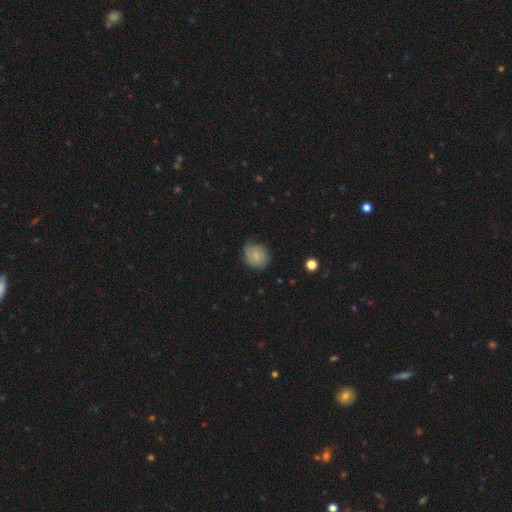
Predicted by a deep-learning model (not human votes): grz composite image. It shows a smooth galaxy with no disk features (62%) that is round (65%). Merging: none (62%).